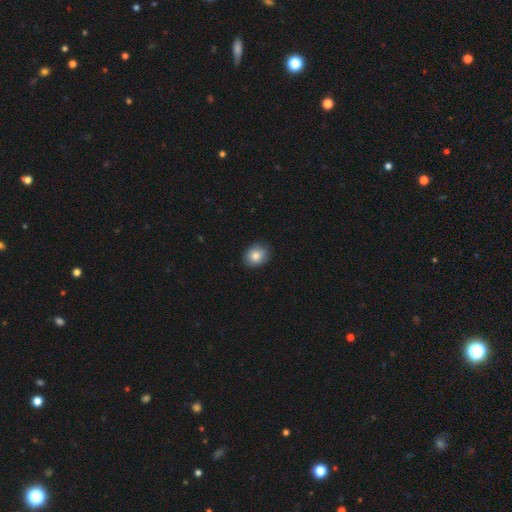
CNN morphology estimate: smooth-or-featured: smooth: 82% | featured or disk: 10% | star or artifact: 8%
  how-rounded: round: 66% | in between: 33% | cigar-shaped: 1%
  merging: none: 85% | minor disturbance: 12% | major disturbance: 2% | merger: 1%